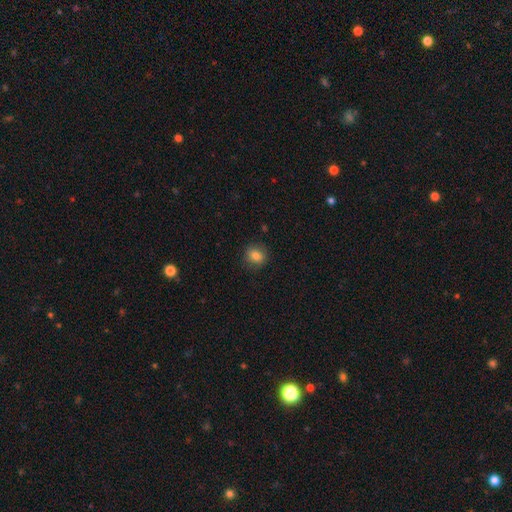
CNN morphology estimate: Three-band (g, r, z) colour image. It shows a smooth galaxy with no disk features (82%) that is round (74%). Merging: none (87%).